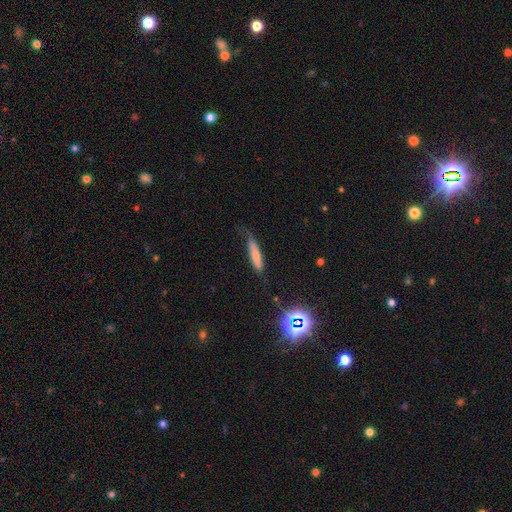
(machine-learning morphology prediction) The model was most divided on "merging": none: 49%, minor disturbance: 33%, major disturbance: 15%, merger: 3%. More confident: how rounded — cigar-shaped (79%); smooth or featured — smooth (67%).